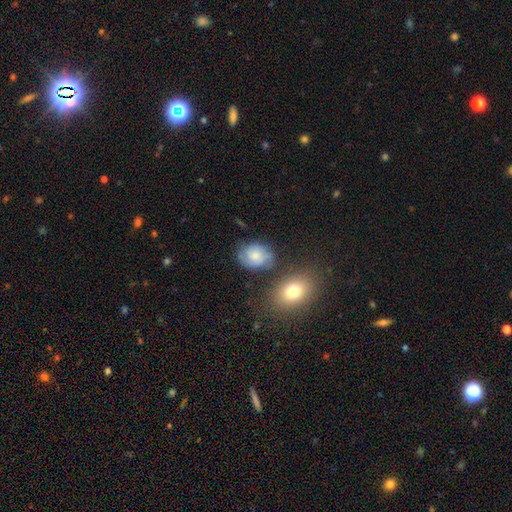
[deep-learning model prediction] Smooth or featured? smooth (49%)
Merging? none (64%)